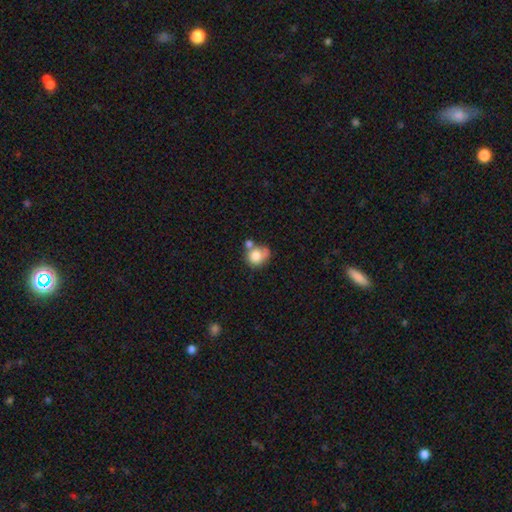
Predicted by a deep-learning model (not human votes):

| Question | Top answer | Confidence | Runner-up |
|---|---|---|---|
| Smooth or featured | smooth | 76% | featured or disk (16%) |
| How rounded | round | 75% | in between (24%) |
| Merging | merger | 38% | none (34%) |